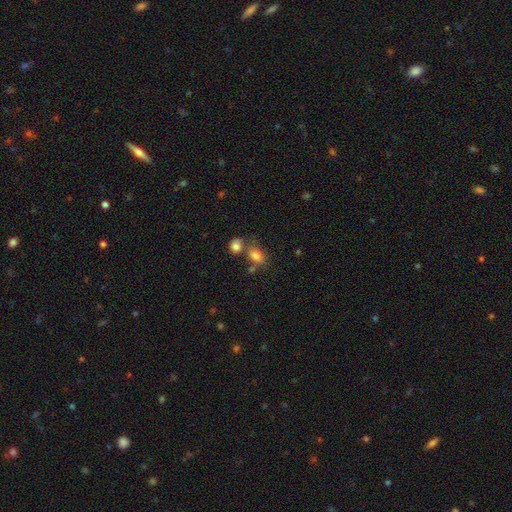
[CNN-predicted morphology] This is likely a smooth galaxy (80%). How rounded: likely in between (78%). Merging: possibly none (49%).